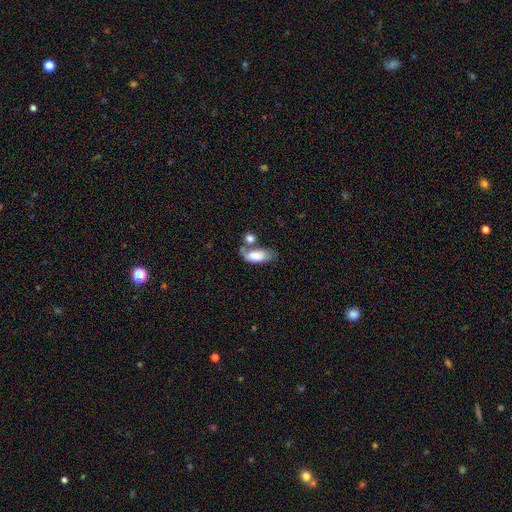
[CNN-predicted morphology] Smooth or featured? Predicted: smooth (p=0.73). How rounded? Predicted: in between (p=0.89). Merging? Predicted: merger (p=0.42).